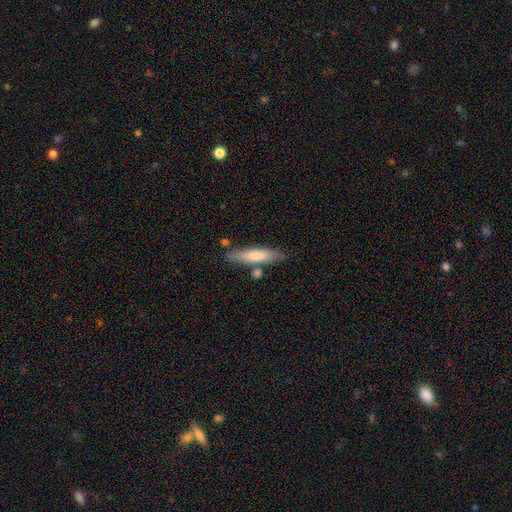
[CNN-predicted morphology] Smooth or featured? Predicted: smooth (p=0.69). How rounded? Predicted: cigar-shaped (p=0.85). Merging? Predicted: none (p=0.77).